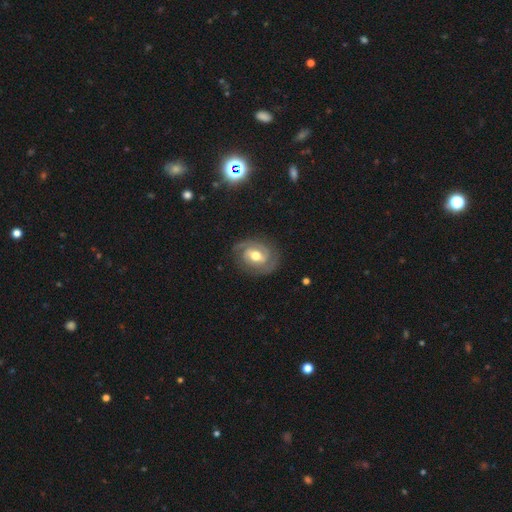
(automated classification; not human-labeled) Morphology: type=featured or disk (83%); edge-on=no (97%); bar=weak (44%); spiral arms=yes (93%); winding=tight (57%); arm count=2 (80%); bulge=moderate (75%); merging=none (80%).